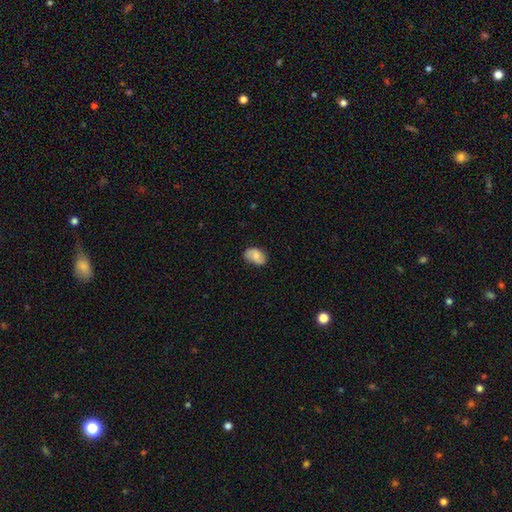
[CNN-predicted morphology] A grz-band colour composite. It shows a smooth galaxy with no disk features (65%) that is in between round and cigar-shaped (88%). Merging: none (71%).